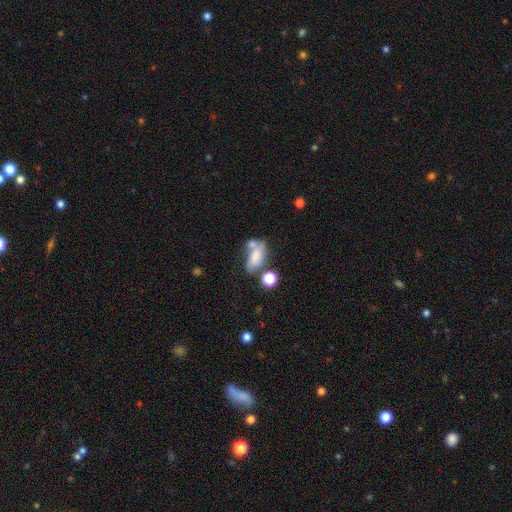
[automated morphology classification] smooth-or-featured: smooth: 67% | featured or disk: 23% | star or artifact: 10%
  how-rounded: in between: 86% | round: 9% | cigar-shaped: 5%
  merging: merger: 36% | none: 32% | minor disturbance: 19% | major disturbance: 14%